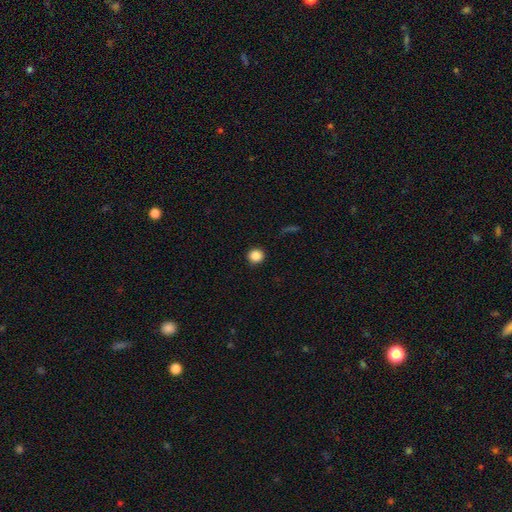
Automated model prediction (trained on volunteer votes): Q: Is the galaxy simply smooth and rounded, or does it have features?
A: smooth — 87%.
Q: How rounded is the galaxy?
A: round — 94%.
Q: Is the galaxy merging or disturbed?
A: none — 92%.